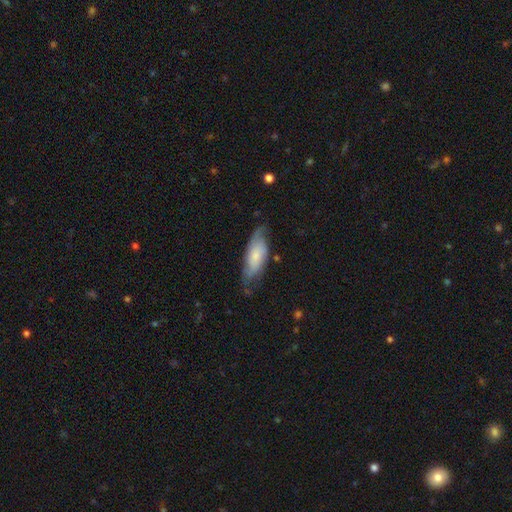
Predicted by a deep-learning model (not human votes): smooth_or_featured: featured or disk (p=0.48) [alt: smooth p=0.46]
merging: none (p=0.61) [alt: minor disturbance p=0.28]